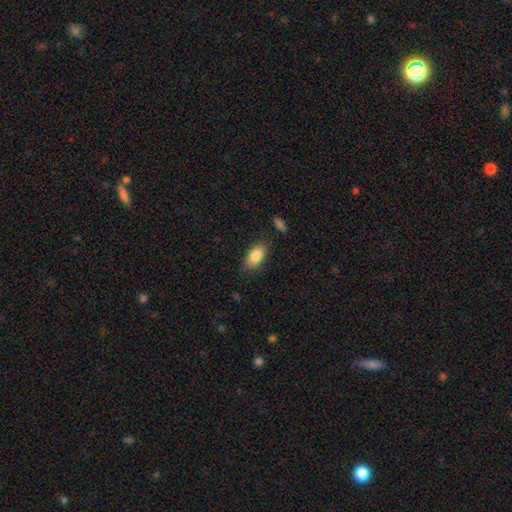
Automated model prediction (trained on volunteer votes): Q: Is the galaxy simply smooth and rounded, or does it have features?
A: smooth — 86%.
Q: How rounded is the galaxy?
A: in between — 92%.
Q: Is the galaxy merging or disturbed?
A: none — 83%.